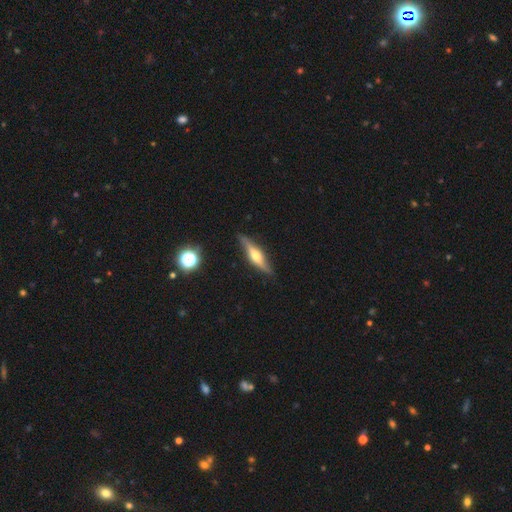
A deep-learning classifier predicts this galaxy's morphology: Smooth or featured? Predicted: featured or disk (p=0.66). Edge-on disk? Predicted: yes (p=0.94). Edge-on bulge? Predicted: rounded (p=0.90). Merging? Predicted: none (p=0.86).